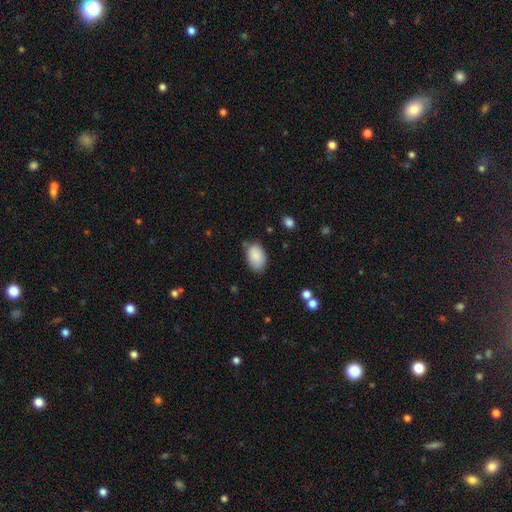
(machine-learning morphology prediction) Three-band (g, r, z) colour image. It shows a smooth galaxy with no disk features (88%) that is in between round and cigar-shaped (91%). Merging: none (72%).